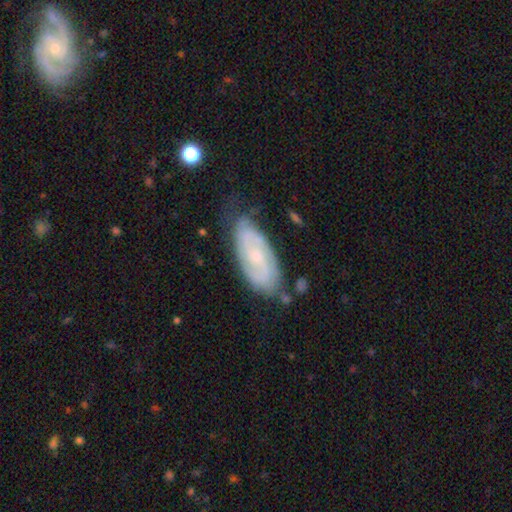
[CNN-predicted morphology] type=featured or disk (75%); edge-on=no (94%); bar=no (58%); spiral arms=yes (93%); winding=tight (56%); arm count=2 (61%); bulge=small (69%); merging=none (63%).